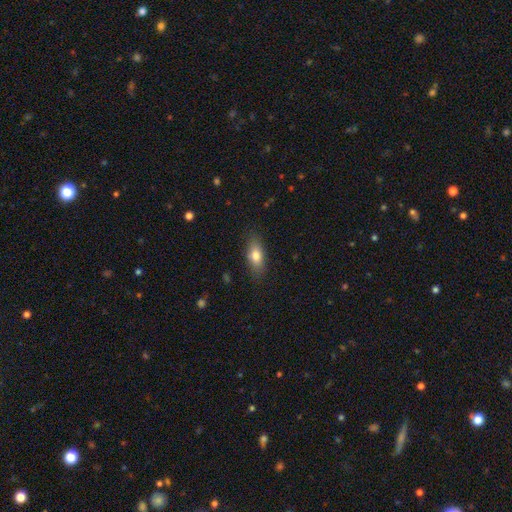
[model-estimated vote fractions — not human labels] Overall: smooth (77%). How rounded: in between (79%). Merging: none (83%).